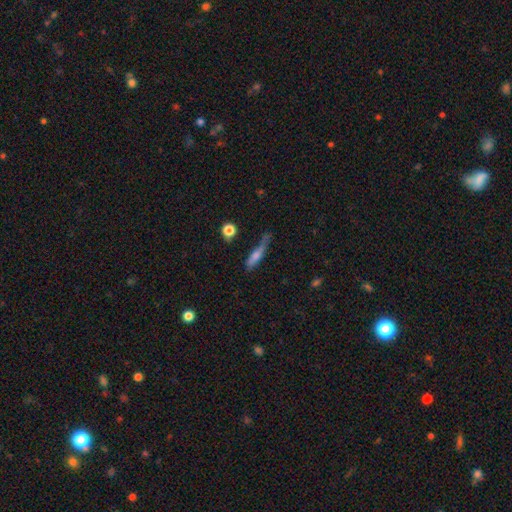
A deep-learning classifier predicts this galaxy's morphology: A smooth galaxy with no disk features (60%) that is cigar-shaped (80%).

Vote fractions:
- Smooth or featured? smooth: 60% / featured or disk: 31% / star or artifact: 9%
- How rounded? cigar-shaped: 80% / in between: 17% / round: 3%
- Merging? none: 48% / minor disturbance: 31% / major disturbance: 15% / merger: 6%